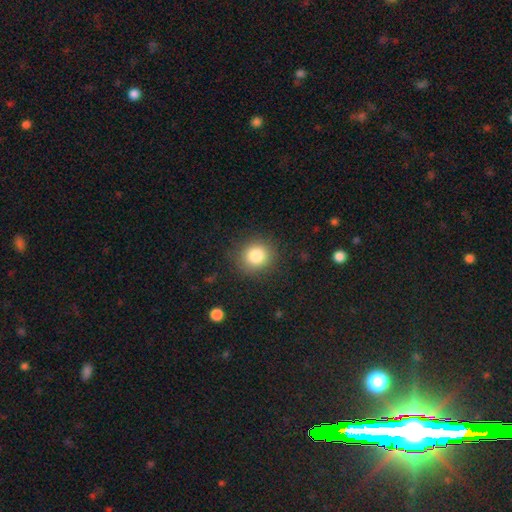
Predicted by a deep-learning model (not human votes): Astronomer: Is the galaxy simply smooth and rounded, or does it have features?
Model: smooth — 83%.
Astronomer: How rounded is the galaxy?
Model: round — 89%.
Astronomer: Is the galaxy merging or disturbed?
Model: none — 87%.